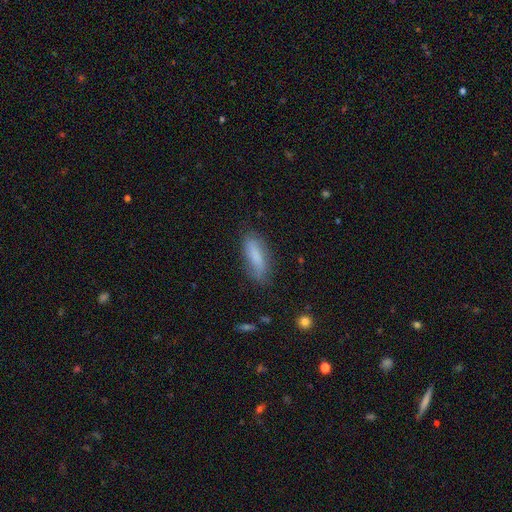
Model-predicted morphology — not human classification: A smooth galaxy with no disk features (75%) that is in between round and cigar-shaped (53%). Merging: none (75%).